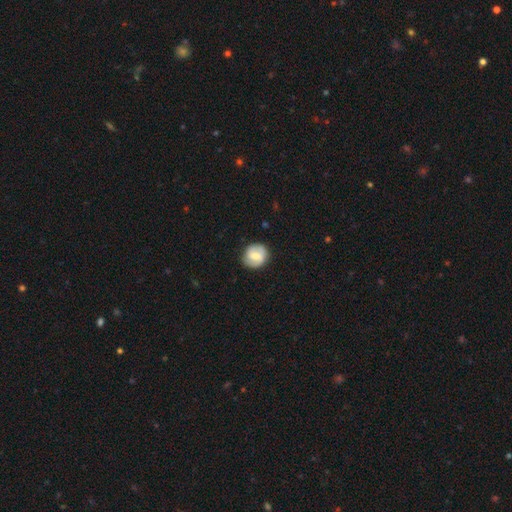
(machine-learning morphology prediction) Smooth or featured? smooth (50%)
Merging? none (83%)